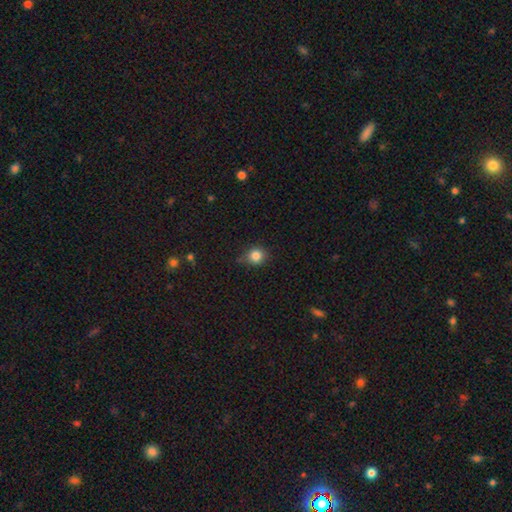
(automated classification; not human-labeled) smooth-or-featured: smooth: 84% | star or artifact: 11% | featured or disk: 5%
  how-rounded: round: 87% | in between: 12% | cigar-shaped: 1%
  merging: none: 74% | minor disturbance: 20% | major disturbance: 4% | merger: 2%